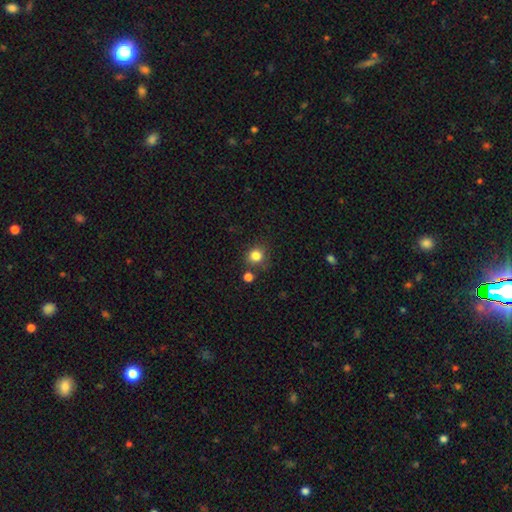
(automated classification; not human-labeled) smooth 83%, star or artifact 12%, featured or disk 5%. Down the decision tree: how rounded — round (85%); merging — none (75%).